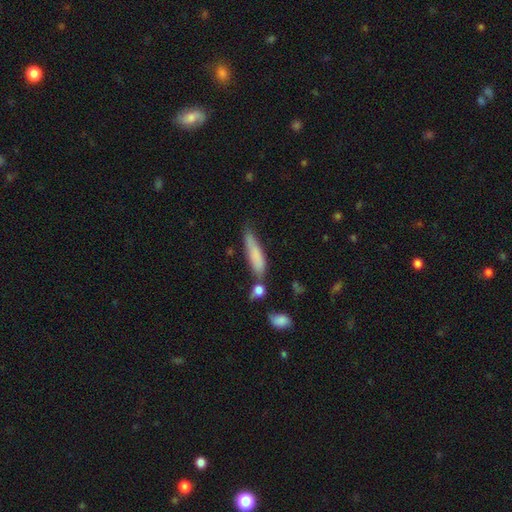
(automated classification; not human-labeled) Morphology: type=smooth (75%); roundness=cigar-shaped (78%); merging=none (53%).